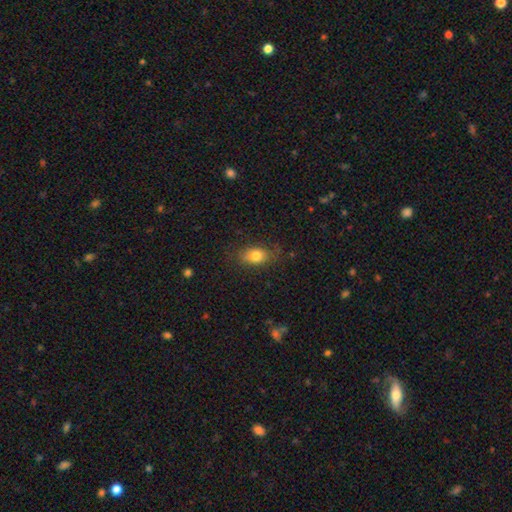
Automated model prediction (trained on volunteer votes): A smooth galaxy with no disk features (79%) that is in between round and cigar-shaped (80%). Merging: none (75%).